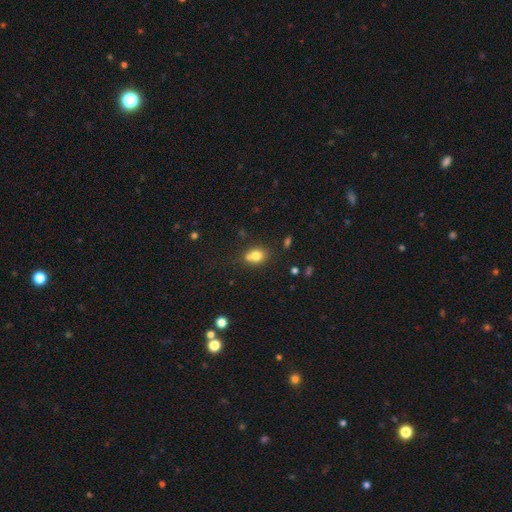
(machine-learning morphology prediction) Smooth or featured? Predicted: smooth (p=0.76). How rounded? Predicted: round (p=0.54). Merging? Predicted: none (p=0.51).